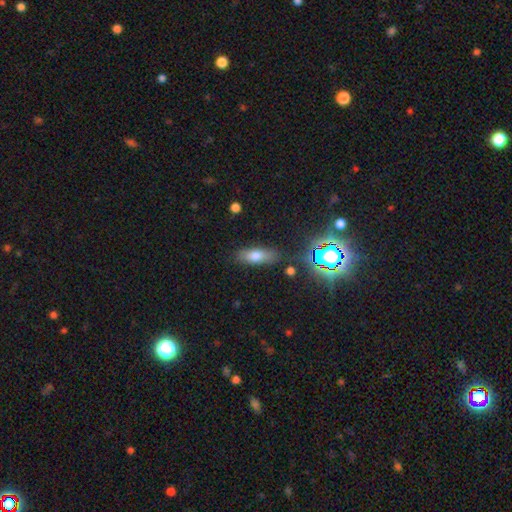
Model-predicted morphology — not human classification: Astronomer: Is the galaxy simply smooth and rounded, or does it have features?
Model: smooth — 66%.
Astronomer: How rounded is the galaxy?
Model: in between — 62%.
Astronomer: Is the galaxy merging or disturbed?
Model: none — 81%.